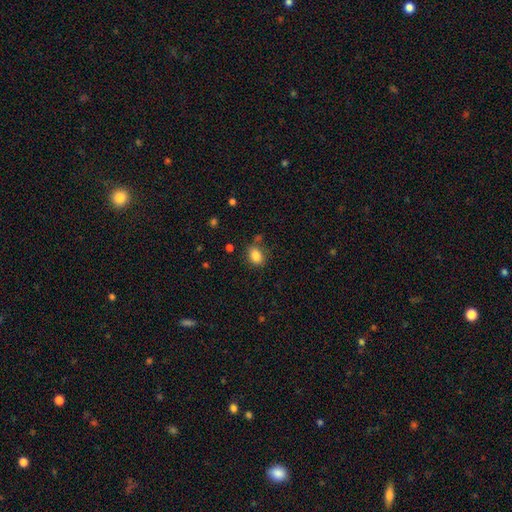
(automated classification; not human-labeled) A smooth galaxy with no disk features (85%) that is in between round and cigar-shaped (73%). Merging: none (73%).